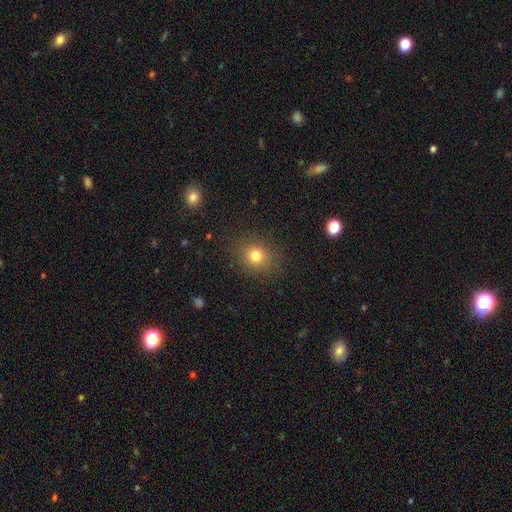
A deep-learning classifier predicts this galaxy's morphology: A smooth galaxy with no disk features (78%) that is round (67%). Merging: none (86%).